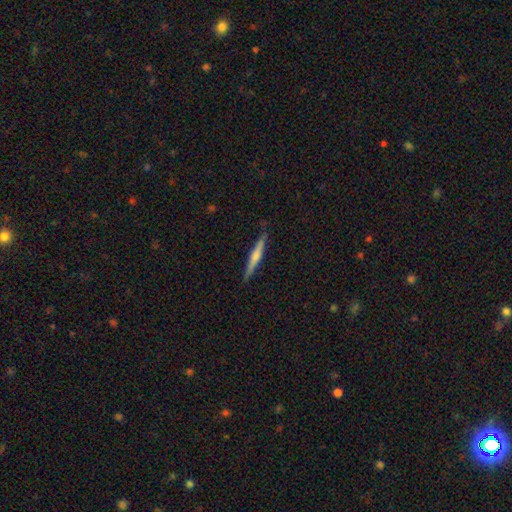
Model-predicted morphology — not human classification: A featured or disk galaxy (50%). Merging: none (87%).